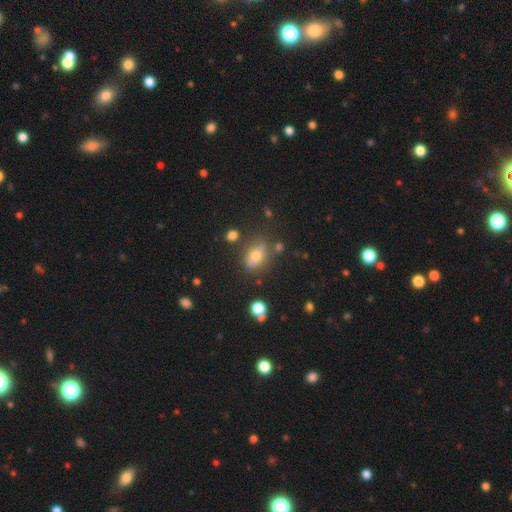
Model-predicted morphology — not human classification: A smooth galaxy with no disk features (50%). Merging: none (75%).